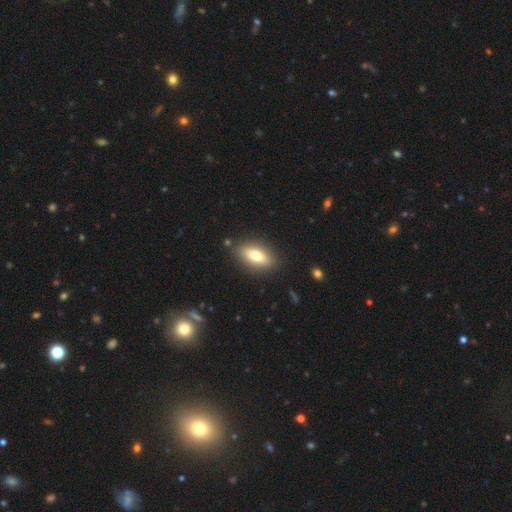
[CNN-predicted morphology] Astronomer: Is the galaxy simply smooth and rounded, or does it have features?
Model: smooth — 70%.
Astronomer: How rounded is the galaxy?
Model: in between — 81%.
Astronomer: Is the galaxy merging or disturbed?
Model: none — 86%.